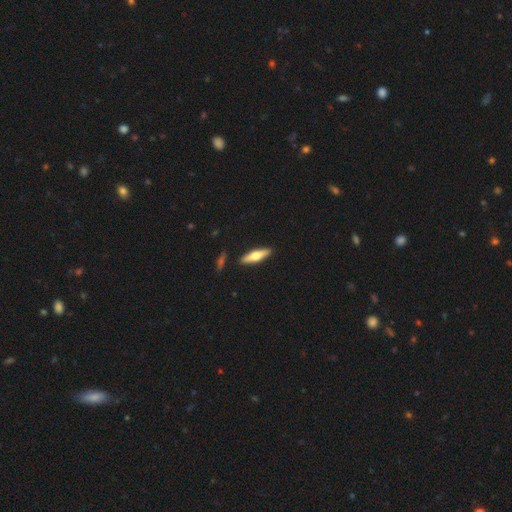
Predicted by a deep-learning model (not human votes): Q: Smooth or featured?
A: smooth (50%); runner-up: featured or disk (45%)
Q: How rounded?
A: cigar-shaped (65%); runner-up: in between (33%)
Q: Merging?
A: none (89%); runner-up: minor disturbance (8%)